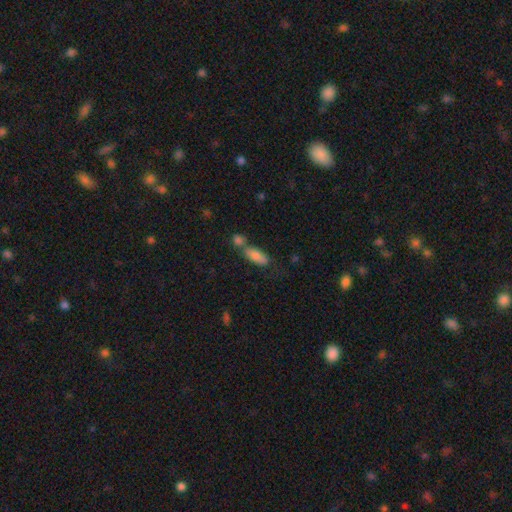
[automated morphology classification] Smooth or featured? smooth (78%)
How rounded? in between (74%)
Merging? none (48%)